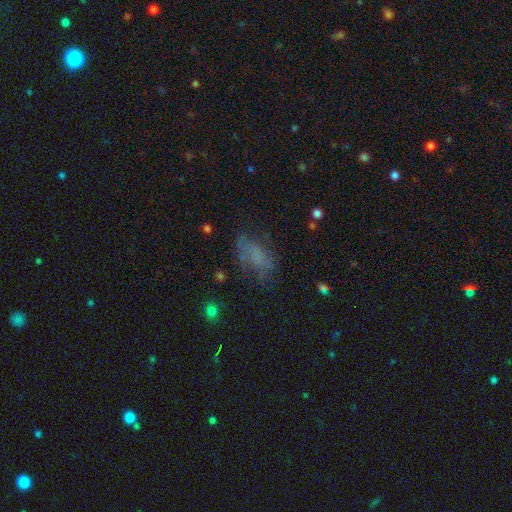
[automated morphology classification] Overall: smooth (57%; featured or disk 25%). How rounded: in between (84%). Merging: none (50%; minor disturbance 25%).